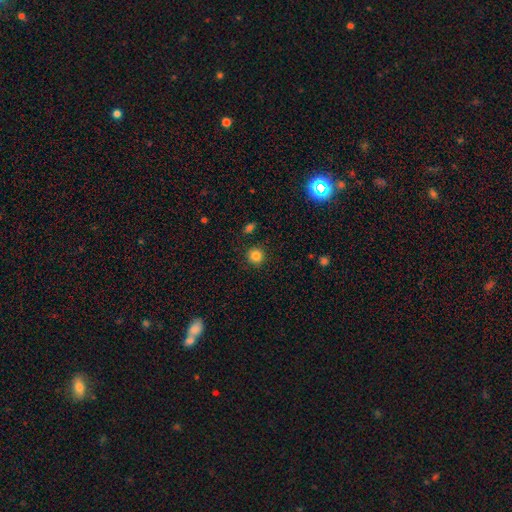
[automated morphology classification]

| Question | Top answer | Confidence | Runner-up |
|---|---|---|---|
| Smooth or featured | smooth | 84% | star or artifact (12%) |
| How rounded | round | 93% | in between (6%) |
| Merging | none | 90% | minor disturbance (6%) |